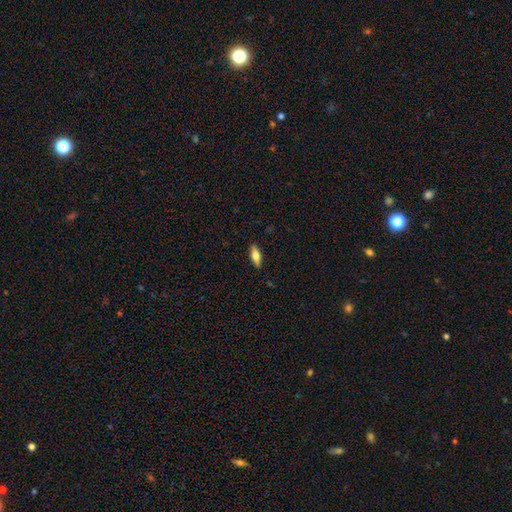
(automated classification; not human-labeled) Smooth or featured: smooth — 59% (featured or disk — 35%)
How rounded: in between — 61% (cigar-shaped — 36%)
Merging: none — 89% (minor disturbance — 8%)